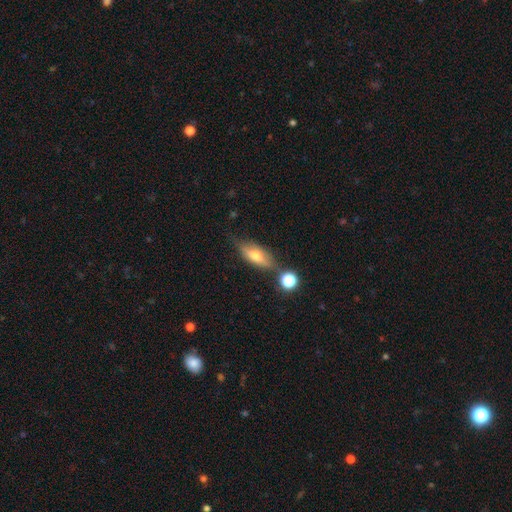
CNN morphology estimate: Smooth or featured? Predicted: smooth (p=0.57). How rounded? Predicted: in between (p=0.70). Merging? Predicted: none (p=0.66).